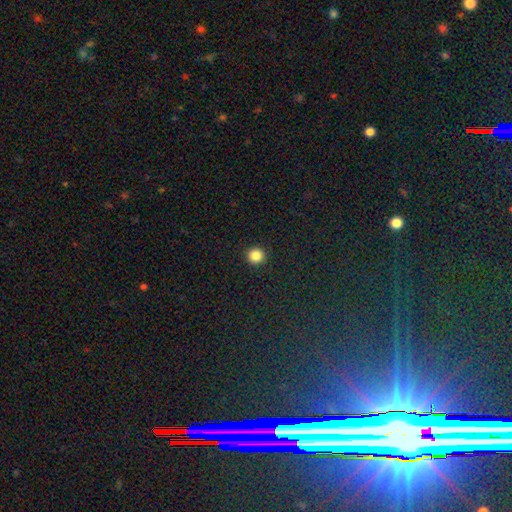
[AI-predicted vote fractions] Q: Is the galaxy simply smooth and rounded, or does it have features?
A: smooth — 86%.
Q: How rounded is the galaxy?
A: round — 95%.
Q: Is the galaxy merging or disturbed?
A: none — 94%.